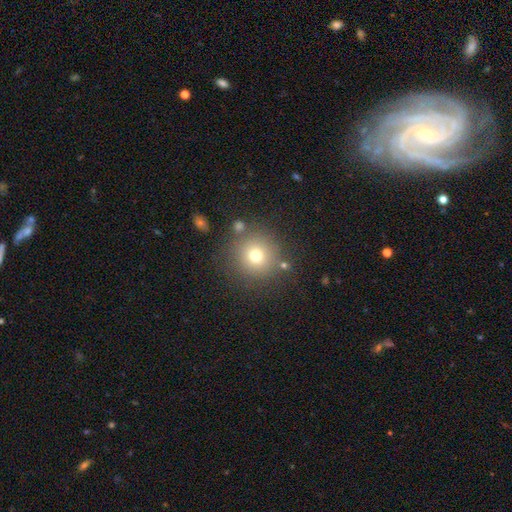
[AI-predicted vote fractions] This appears to be a smooth galaxy with no disk features (72%) that is round (94%). Merging: none (81%).